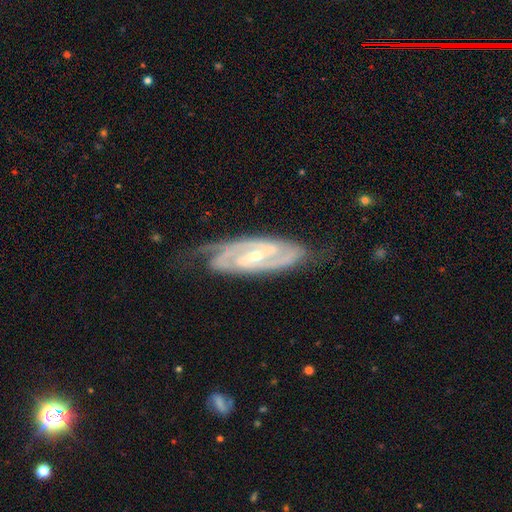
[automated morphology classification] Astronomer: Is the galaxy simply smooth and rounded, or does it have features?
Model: featured or disk — 92%.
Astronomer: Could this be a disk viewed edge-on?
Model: no — 93%.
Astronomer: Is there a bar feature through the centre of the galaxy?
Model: weak — 40% (runner-up: strong, 36%).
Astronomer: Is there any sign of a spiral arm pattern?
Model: yes — 98%.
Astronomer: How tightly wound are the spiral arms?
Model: tight — 55% (runner-up: medium, 38%).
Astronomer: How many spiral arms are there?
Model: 2 — 80%.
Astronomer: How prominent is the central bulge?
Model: small — 61%.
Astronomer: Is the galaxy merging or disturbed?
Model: none — 72%.